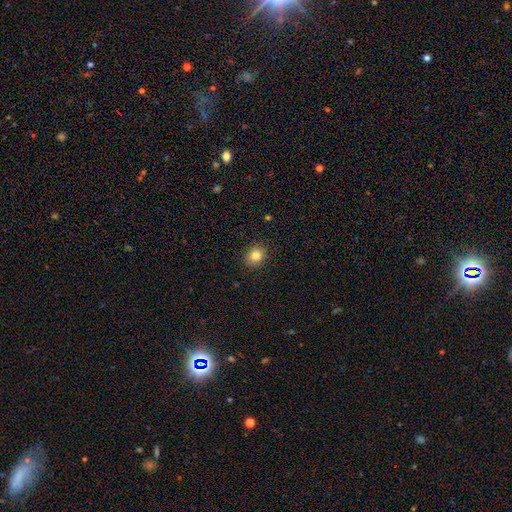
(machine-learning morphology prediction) smooth-or-featured: smooth: 82% | star or artifact: 11% | featured or disk: 7%
  how-rounded: round: 63% | in between: 36% | cigar-shaped: 1%
  merging: none: 89% | minor disturbance: 8% | major disturbance: 2% | merger: 1%